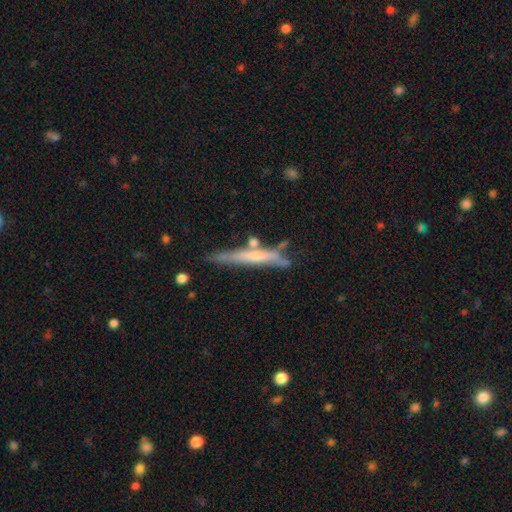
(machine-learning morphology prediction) Smooth or featured: featured or disk — 57% (smooth — 37%)
Edge-on disk: yes — 90% (no — 10%)
Edge-on bulge: none — 49% (rounded — 42%)
Merging: none — 58% (minor disturbance — 22%)